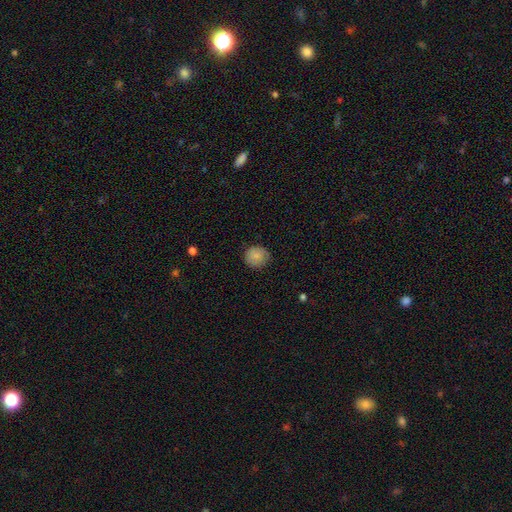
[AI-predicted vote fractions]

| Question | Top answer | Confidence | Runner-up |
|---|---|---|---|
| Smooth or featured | smooth | 85% | star or artifact (8%) |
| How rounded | round | 90% | in between (9%) |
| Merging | none | 83% | minor disturbance (13%) |